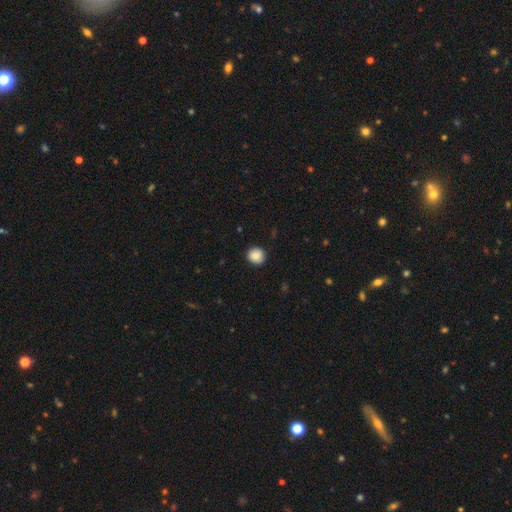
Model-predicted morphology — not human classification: Smooth or featured? Predicted: smooth (p=0.87). How rounded? Predicted: round (p=0.90). Merging? Predicted: none (p=0.90).